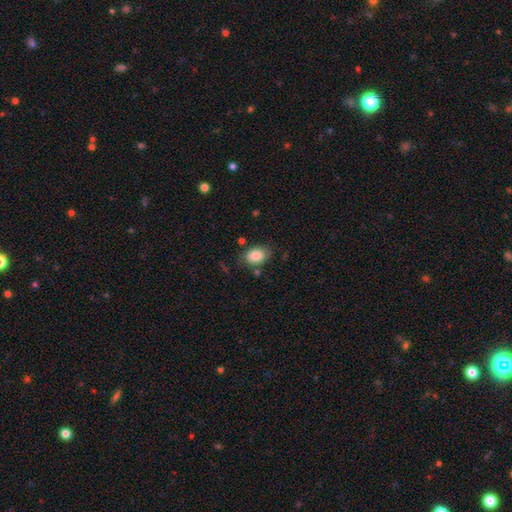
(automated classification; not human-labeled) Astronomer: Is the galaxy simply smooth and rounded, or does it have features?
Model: smooth — 86%.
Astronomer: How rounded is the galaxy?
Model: in between — 76%.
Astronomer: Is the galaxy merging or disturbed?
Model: none — 73%.